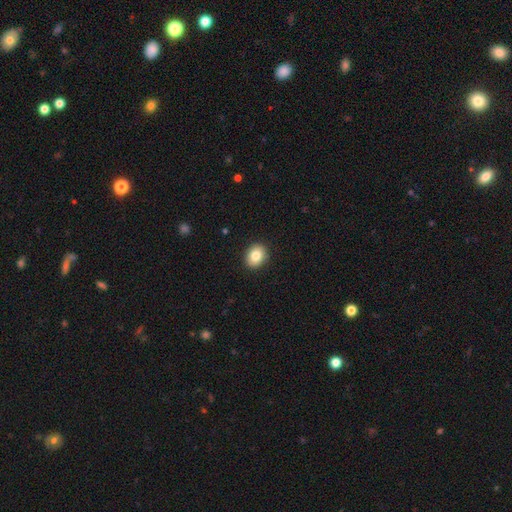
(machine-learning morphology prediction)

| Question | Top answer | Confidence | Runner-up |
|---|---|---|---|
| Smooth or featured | smooth | 84% | star or artifact (9%) |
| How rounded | round | 50% | in between (49%) |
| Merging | none | 90% | minor disturbance (7%) |